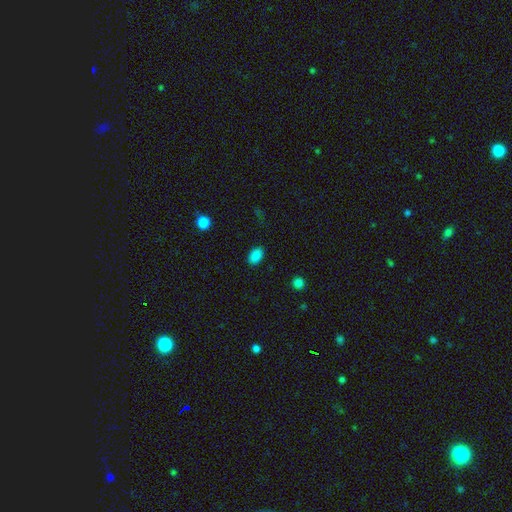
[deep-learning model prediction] Smooth or featured?
  - smooth: 87% *
  - star or artifact: 10%
  - featured or disk: 3%
How rounded?
  - in between: 88% *
  - round: 11%
  - cigar-shaped: 1%
Merging?
  - none: 88% *
  - minor disturbance: 8%
  - major disturbance: 2%
  - merger: 1%